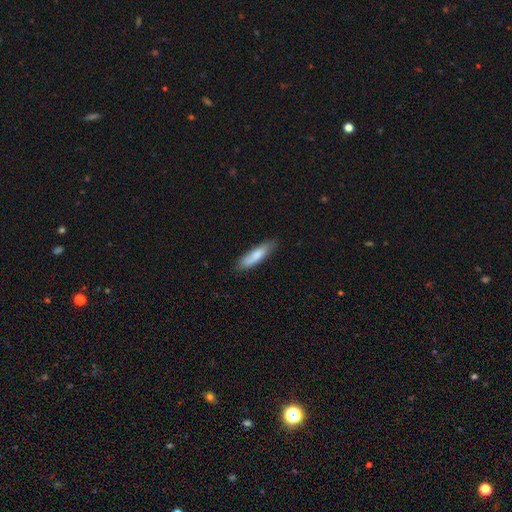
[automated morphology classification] smooth-or-featured: smooth: 79% | featured or disk: 16% | star or artifact: 6%
  how-rounded: cigar-shaped: 67% | in between: 31% | round: 1%
  merging: none: 78% | minor disturbance: 17% | major disturbance: 3% | merger: 1%